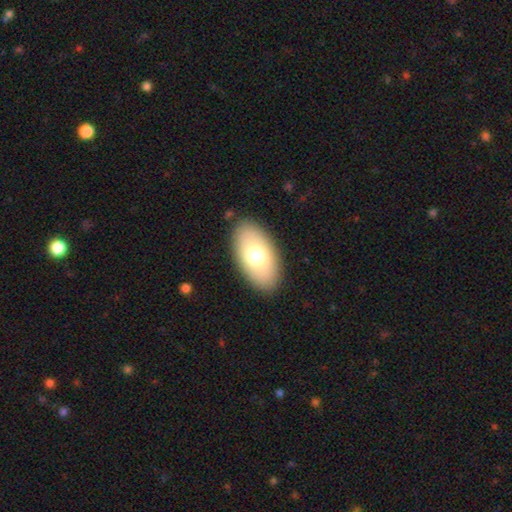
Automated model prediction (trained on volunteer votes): Smooth or featured? Predicted: smooth (p=0.71). How rounded? Predicted: in between (p=0.94). Merging? Predicted: none (p=0.87).